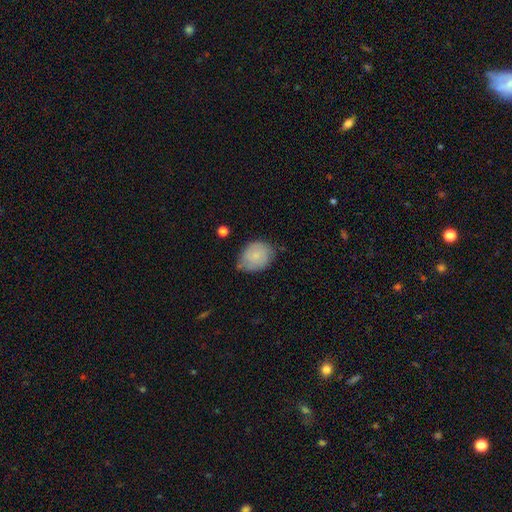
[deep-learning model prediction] A smooth galaxy with no disk features (79%) that is in between round and cigar-shaped (55%).

Vote fractions:
- Smooth or featured? smooth: 79% / featured or disk: 14% / star or artifact: 7%
- How rounded? in between: 55% / round: 44% / cigar-shaped: 1%
- Merging? none: 58% / minor disturbance: 33% / major disturbance: 6% / merger: 3%